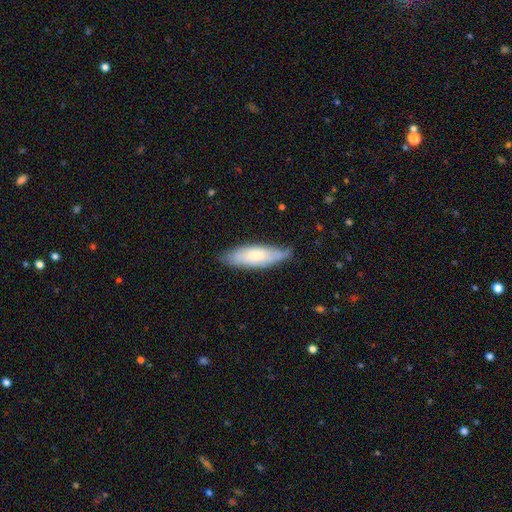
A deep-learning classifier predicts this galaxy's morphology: type=smooth (63%); roundness=in between (56%); merging=none (70%).